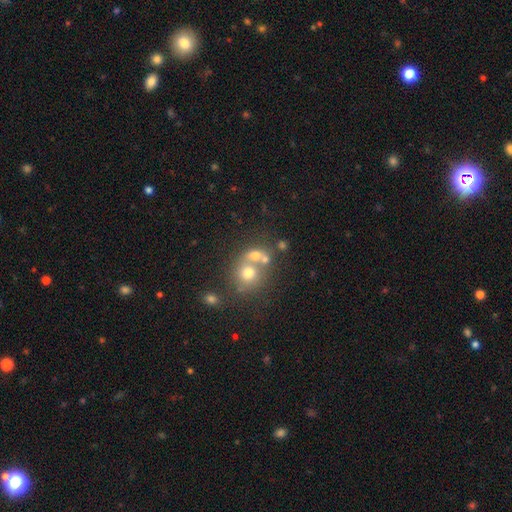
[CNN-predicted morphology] Smooth or featured: smooth — 62% (featured or disk — 21%)
How rounded: round — 72% (in between — 27%)
Merging: merger — 50% (none — 36%)